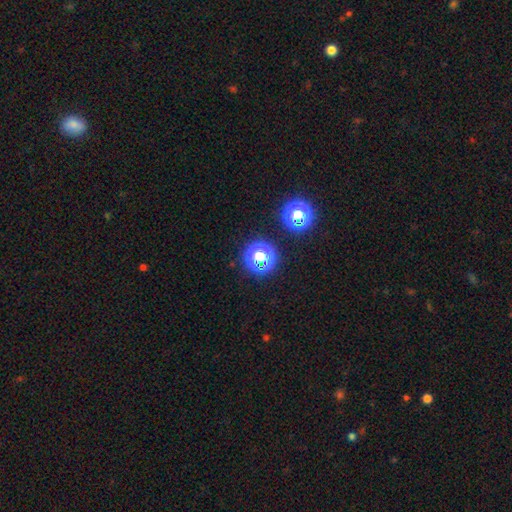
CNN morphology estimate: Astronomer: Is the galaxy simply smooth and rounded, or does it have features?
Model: star or artifact — 67%.